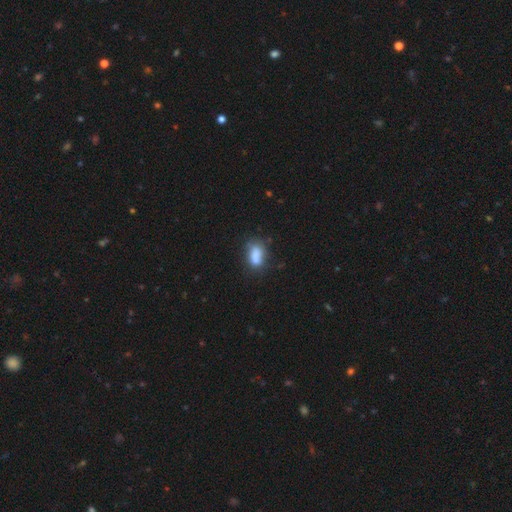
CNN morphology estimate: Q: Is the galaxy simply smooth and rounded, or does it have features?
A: smooth — 77%.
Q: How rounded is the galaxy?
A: in between — 82%.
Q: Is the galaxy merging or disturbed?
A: none — 50%.